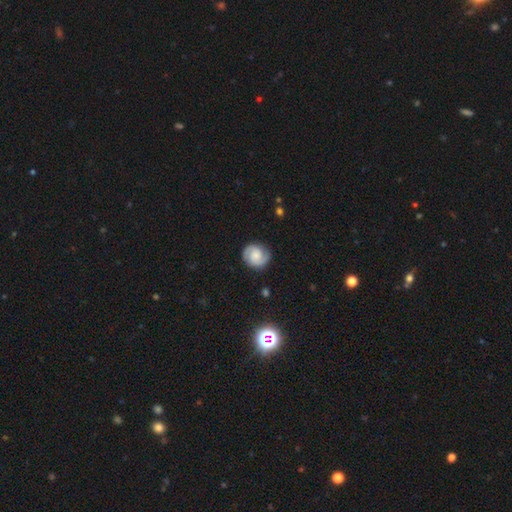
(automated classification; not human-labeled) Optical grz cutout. It shows a featured or disk galaxy (73%) with no bar (57%), 2 (90%) tight (48%) spiral arms (96%) and a moderate central bulge (35%). Merging: none (85%).